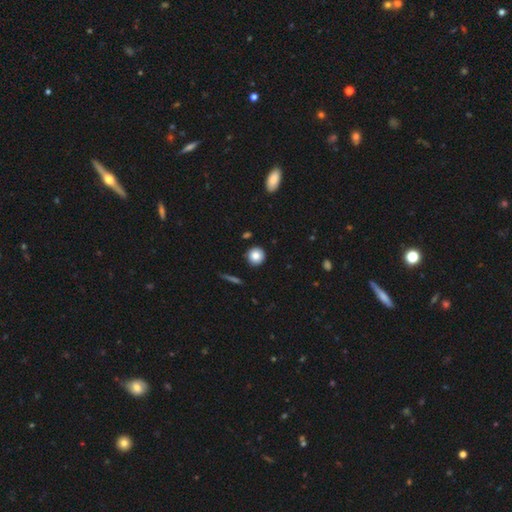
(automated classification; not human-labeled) The model was most divided on "smooth or featured": smooth: 84%, star or artifact: 9%, featured or disk: 7%. More confident: how rounded — round (93%); merging — none (91%).